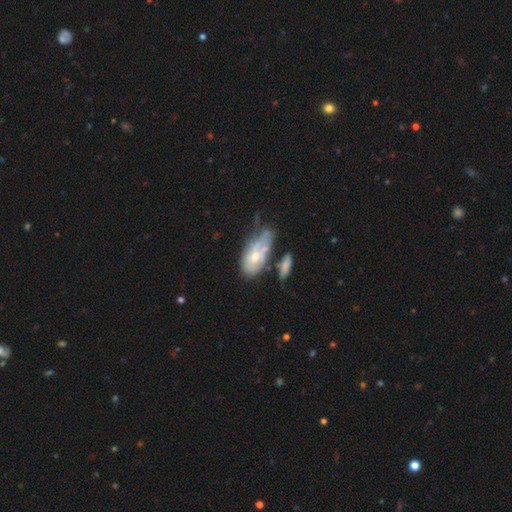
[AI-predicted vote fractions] A featured or disk galaxy (48%).

Vote fractions:
- Smooth or featured? featured or disk: 48% / smooth: 45% / star or artifact: 7%
- Merging? minor disturbance: 28% / major disturbance: 25% / merger: 24% / none: 23%